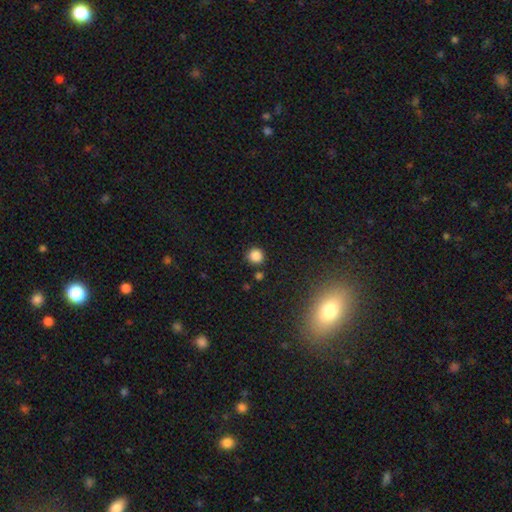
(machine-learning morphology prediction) Q: Smooth or featured?
A: smooth (84%); runner-up: star or artifact (12%)
Q: How rounded?
A: round (93%); runner-up: in between (6%)
Q: Merging?
A: none (86%); runner-up: minor disturbance (8%)